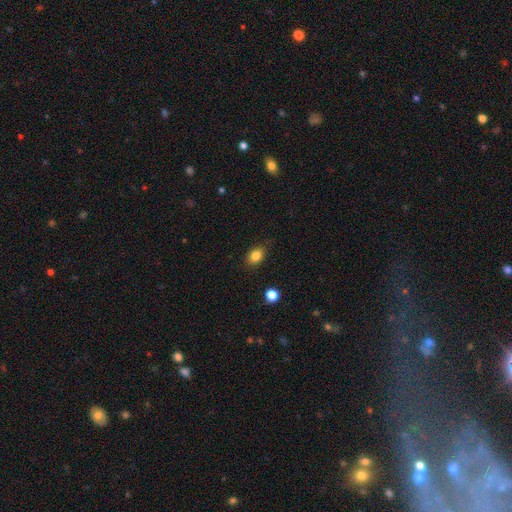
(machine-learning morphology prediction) A smooth galaxy with no disk features (83%) that is in between round and cigar-shaped (73%).

Vote fractions:
- Smooth or featured? smooth: 83% / star or artifact: 10% / featured or disk: 6%
- How rounded? in between: 73% / round: 26% / cigar-shaped: 2%
- Merging? none: 82% / minor disturbance: 14% / major disturbance: 3% / merger: 1%